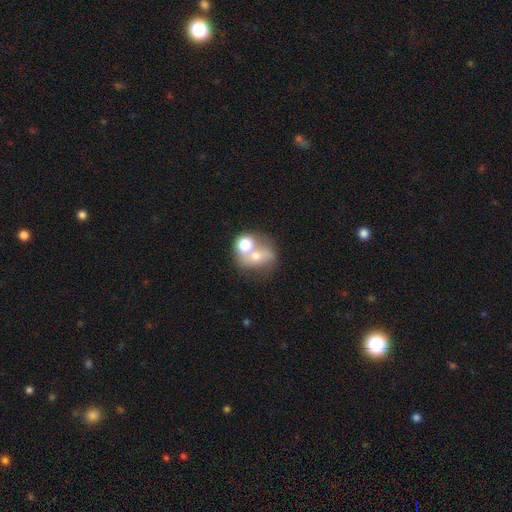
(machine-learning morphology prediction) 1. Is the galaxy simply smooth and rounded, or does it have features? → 56% smooth, 31% featured or disk, 14% star or artifact.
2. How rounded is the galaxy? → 60% round, 39% in between, 1% cigar-shaped.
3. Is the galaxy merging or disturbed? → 52% merger, 29% none, 10% minor disturbance, 9% major disturbance.